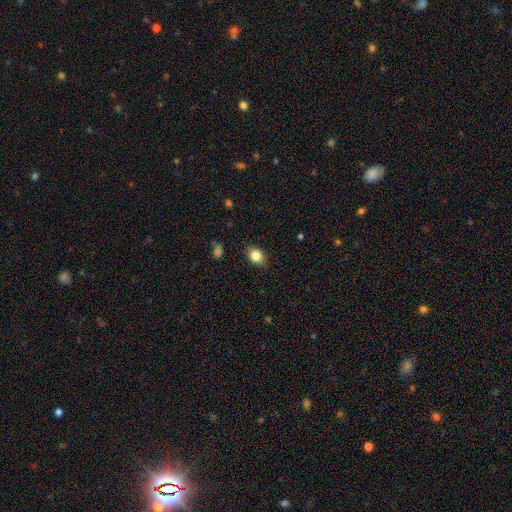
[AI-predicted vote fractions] A smooth galaxy with no disk features (84%) that is in between round and cigar-shaped (59%).

Vote fractions:
- Smooth or featured? smooth: 84% / star or artifact: 9% / featured or disk: 7%
- How rounded? in between: 59% / round: 40% / cigar-shaped: 1%
- Merging? none: 86% / minor disturbance: 11% / major disturbance: 3% / merger: 1%